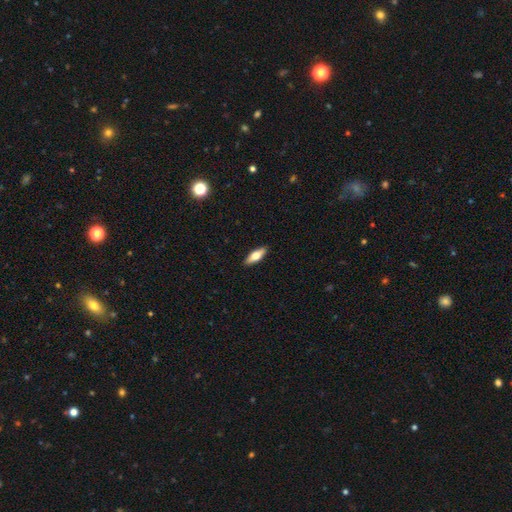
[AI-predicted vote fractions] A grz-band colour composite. It shows a smooth galaxy with no disk features (59%) that is in between round and cigar-shaped (59%). Merging: none (91%).